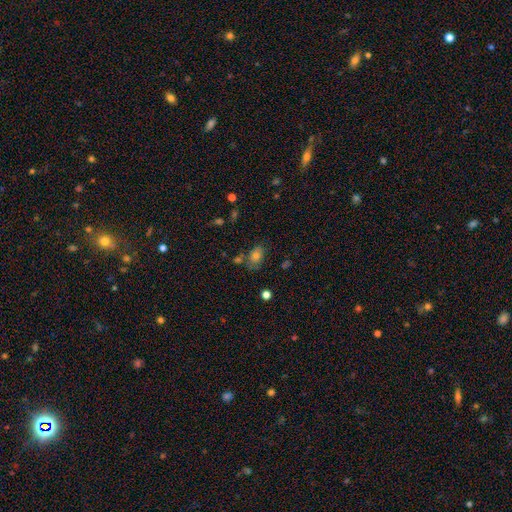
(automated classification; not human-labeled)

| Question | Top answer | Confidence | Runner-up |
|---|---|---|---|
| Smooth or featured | smooth | 71% | star or artifact (16%) |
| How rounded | in between | 78% | round (20%) |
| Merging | none | 68% | minor disturbance (18%) |